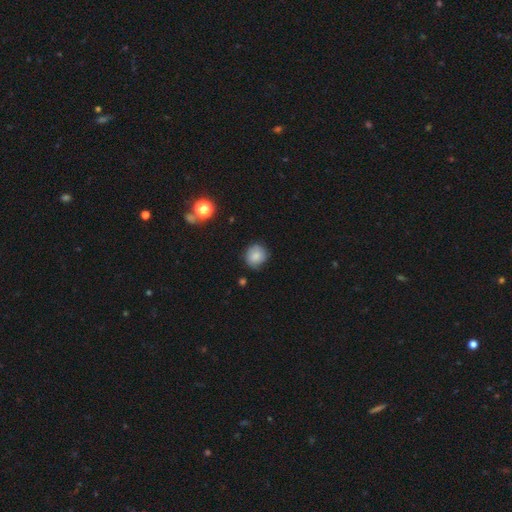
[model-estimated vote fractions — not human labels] A smooth galaxy with no disk features (74%) that is round (87%). Merging: none (74%).